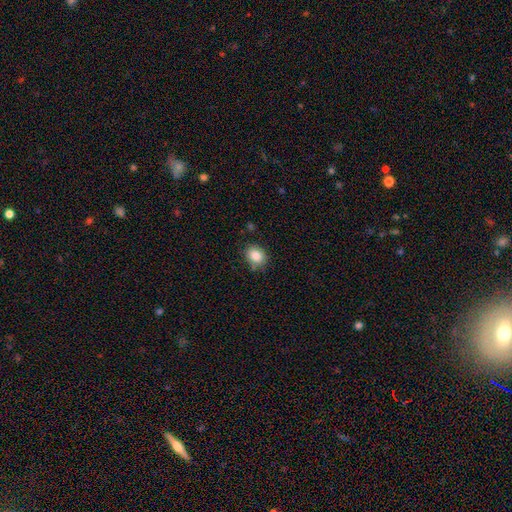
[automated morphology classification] This is clearly a smooth galaxy (86%). How rounded: possibly round (51%). Merging: likely none (79%).